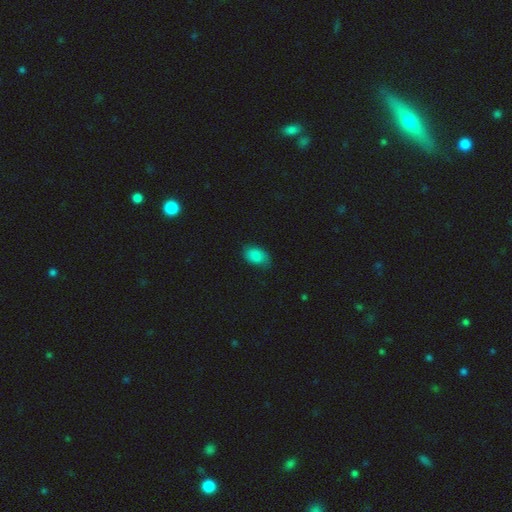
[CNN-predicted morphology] This is clearly a smooth galaxy (84%). How rounded: clearly in between (89%). Merging: likely none (71%).